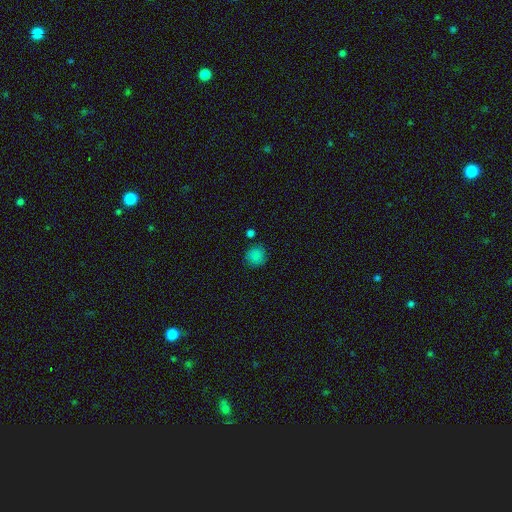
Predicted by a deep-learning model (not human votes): This appears to be a smooth galaxy with no disk features (83%) that is round (90%). Merging: none (80%).